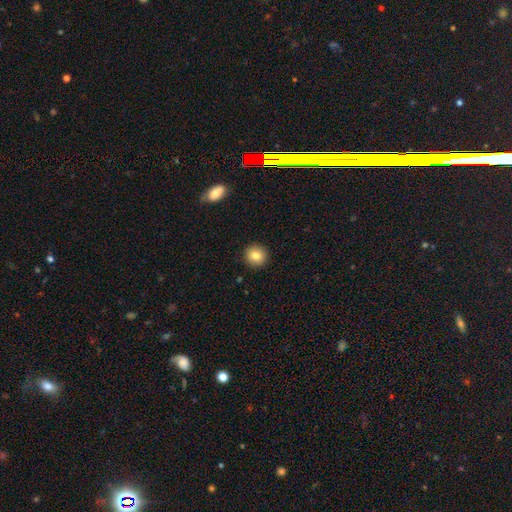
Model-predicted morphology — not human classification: The model was most divided on "smooth or featured": smooth: 82%, star or artifact: 9%, featured or disk: 8%. More confident: how rounded — round (93%); merging — none (92%).